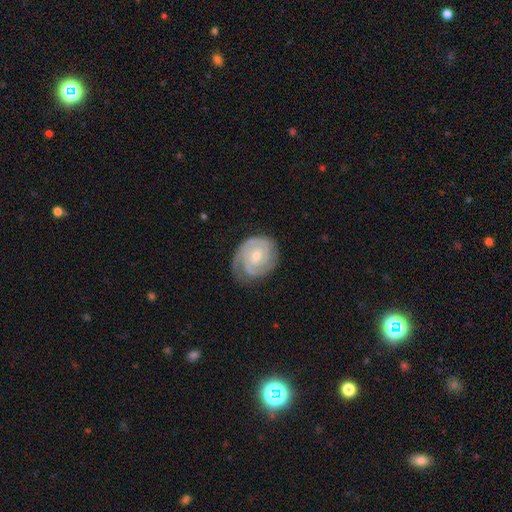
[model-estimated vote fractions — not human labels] The model was most divided on "bulge size": small: 56%, moderate: 40%, none: 2%, large: 1%, dominant: 1%. More confident: edge-on disk — no (98%); spiral arms — yes (98%); smooth or featured — featured or disk (88%); spiral winding — tight (77%); merging — none (74%); spiral arm count — 2 (59%); bar — no (56%).